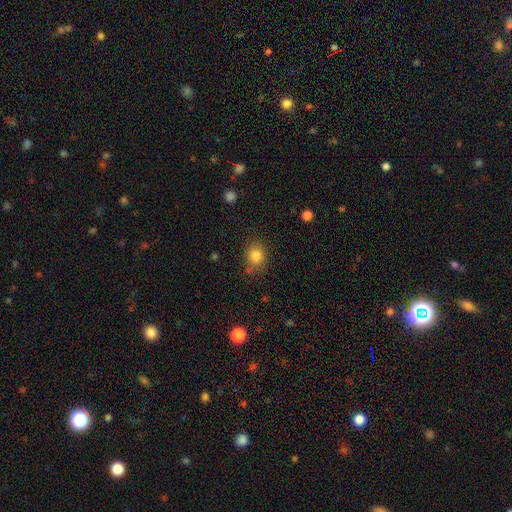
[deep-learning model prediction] Smooth or featured? Predicted: smooth (p=0.82). How rounded? Predicted: round (p=0.72). Merging? Predicted: none (p=0.77).